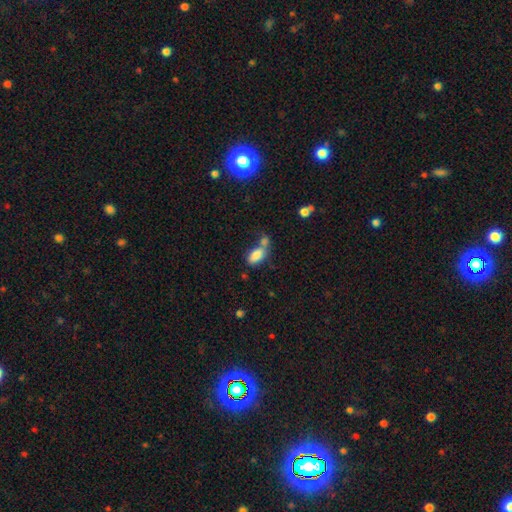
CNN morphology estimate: smooth 82%, featured or disk 9%, star or artifact 9%. Down the decision tree: how rounded — in between (90%); merging — merger (41%).